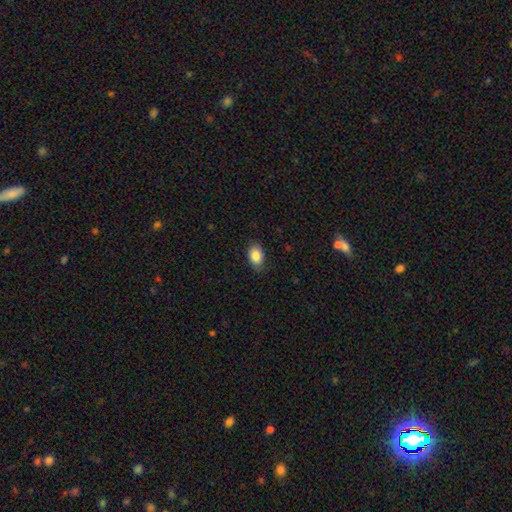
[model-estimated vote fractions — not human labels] Q: Smooth or featured?
A: smooth (87%); runner-up: star or artifact (7%)
Q: How rounded?
A: in between (85%); runner-up: round (14%)
Q: Merging?
A: none (80%); runner-up: minor disturbance (16%)